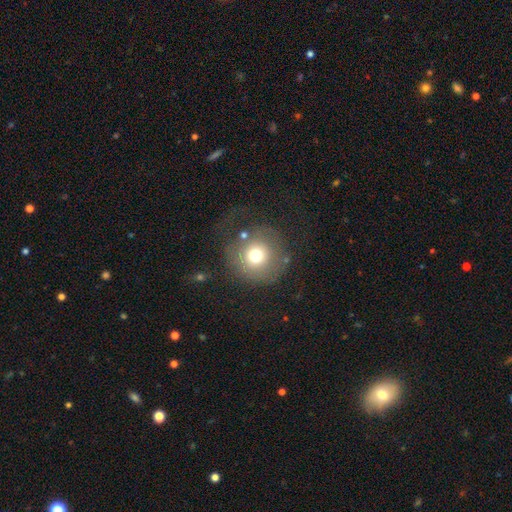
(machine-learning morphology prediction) Overall: smooth (67%). How rounded: round (93%). Merging: none (56%; major disturbance 23%).